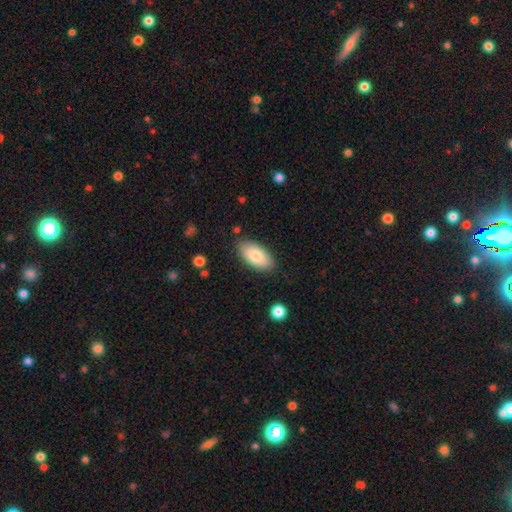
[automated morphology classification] This is clearly a smooth galaxy (81%). How rounded: clearly in between (93%). Merging: clearly none (85%).